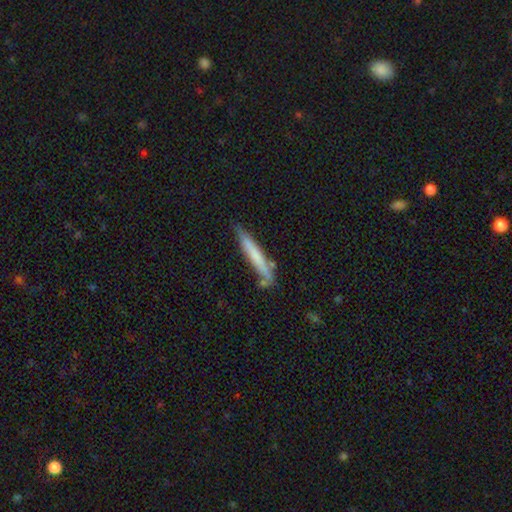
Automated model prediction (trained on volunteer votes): This is likely a smooth galaxy (63%). How rounded: clearly cigar-shaped (95%). Merging: likely none (74%).